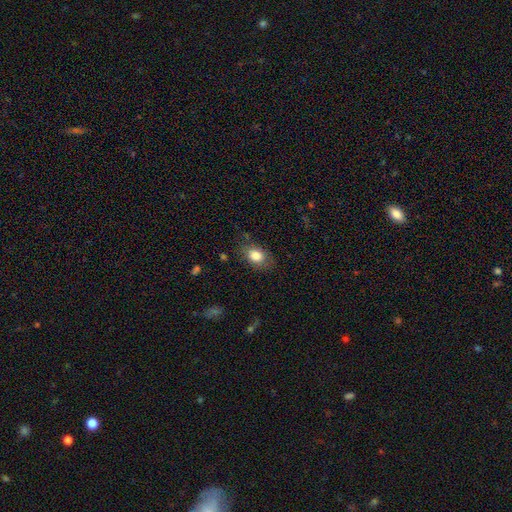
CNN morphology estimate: Smooth or featured?
  - smooth: 82% *
  - featured or disk: 9%
  - star or artifact: 8%
How rounded?
  - in between: 73% *
  - round: 26%
  - cigar-shaped: 1%
Merging?
  - none: 78% *
  - minor disturbance: 16%
  - major disturbance: 4%
  - merger: 1%